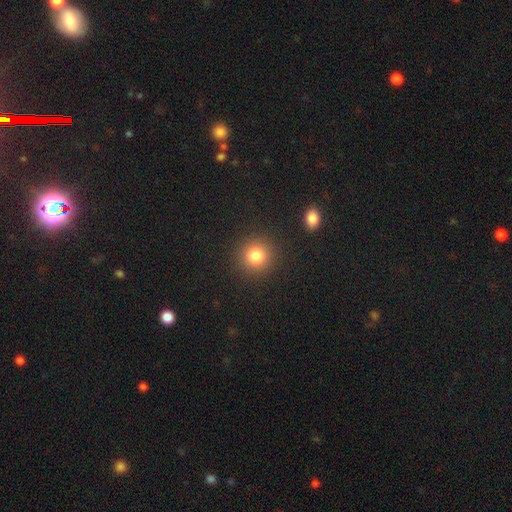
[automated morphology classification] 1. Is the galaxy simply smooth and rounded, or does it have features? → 82% smooth, 12% star or artifact, 6% featured or disk.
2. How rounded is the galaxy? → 93% round, 6% in between, 1% cigar-shaped.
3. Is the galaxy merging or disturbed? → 90% none, 6% minor disturbance, 3% major disturbance, 2% merger.